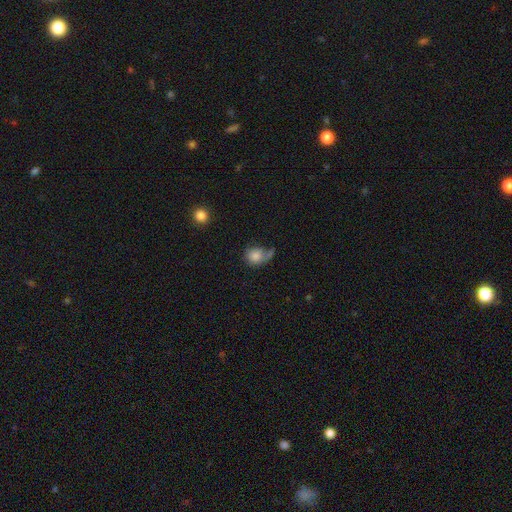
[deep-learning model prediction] Smooth or featured? smooth (80%)
How rounded? round (73%)
Merging? none (40%)